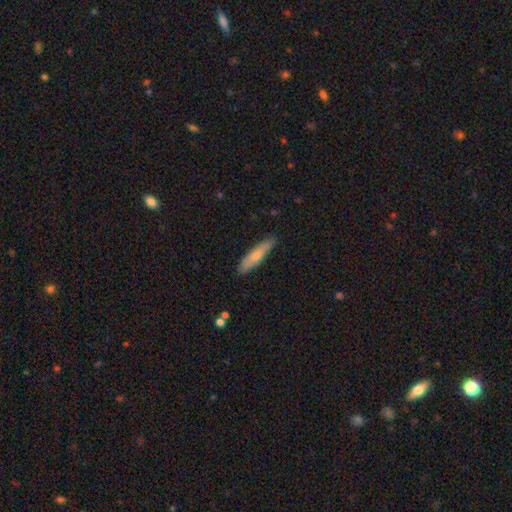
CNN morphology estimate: The model was most divided on "smooth or featured": smooth: 69%, featured or disk: 26%, star or artifact: 5%. More confident: merging — none (85%); how rounded — cigar-shaped (79%).